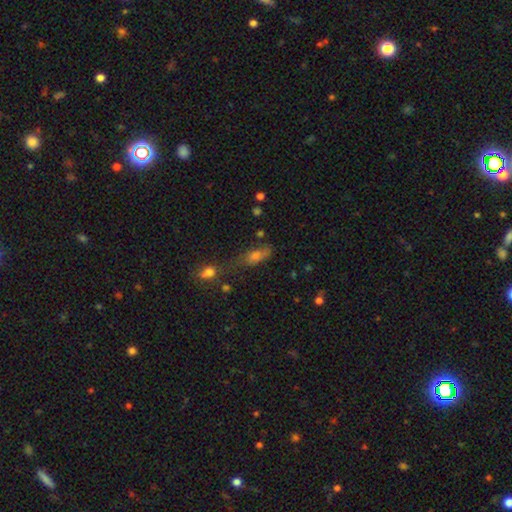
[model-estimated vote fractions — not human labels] Overall: smooth (62%). How rounded: in between (64%; cigar-shaped 26%). Merging: none (43%; merger 25%).